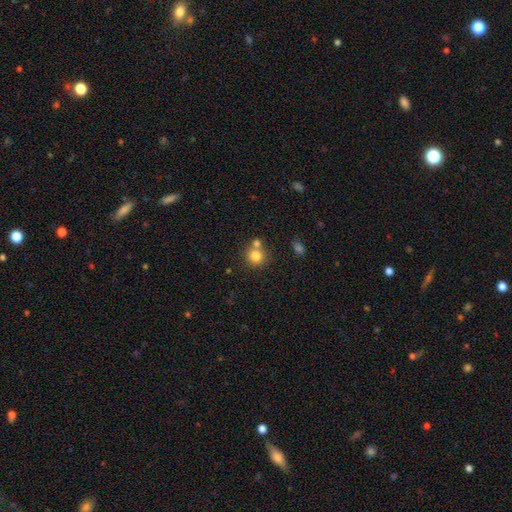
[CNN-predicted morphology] type=smooth (80%); roundness=round (89%); merging=none (59%).